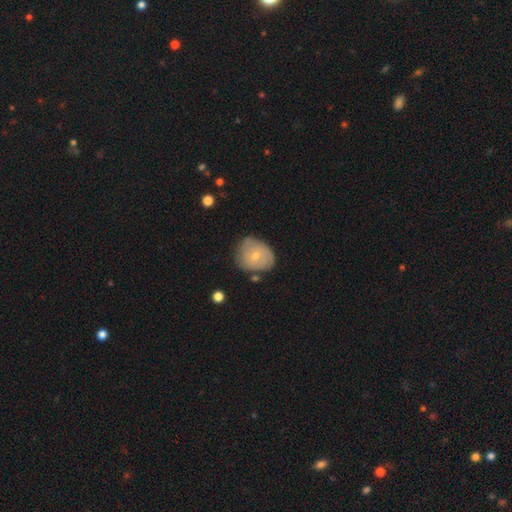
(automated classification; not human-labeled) This is possibly a smooth galaxy (50%). How rounded: possibly round (60%). Merging: possibly none (58%).